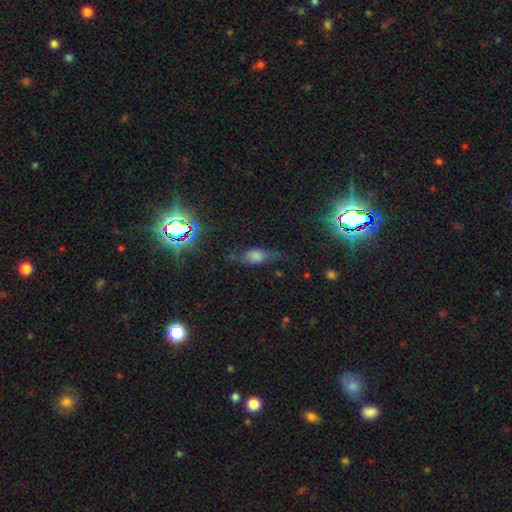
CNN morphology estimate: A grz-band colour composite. It shows a smooth galaxy with no disk features (48%). Merging: none (61%).